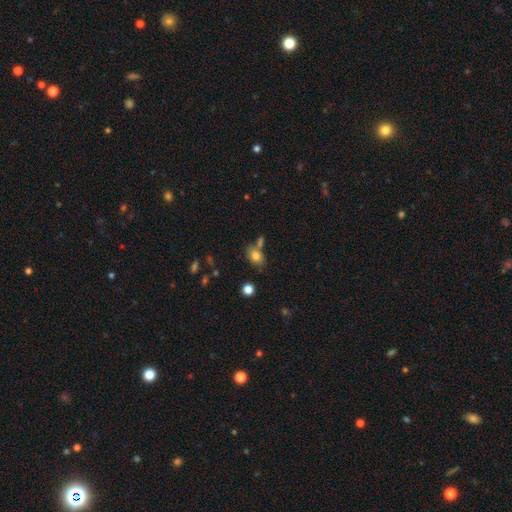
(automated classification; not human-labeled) Smooth or featured?
  - smooth: 80% *
  - star or artifact: 10%
  - featured or disk: 10%
How rounded?
  - in between: 73% *
  - round: 26%
  - cigar-shaped: 2%
Merging?
  - none: 62% *
  - merger: 19%
  - minor disturbance: 15%
  - major disturbance: 5%